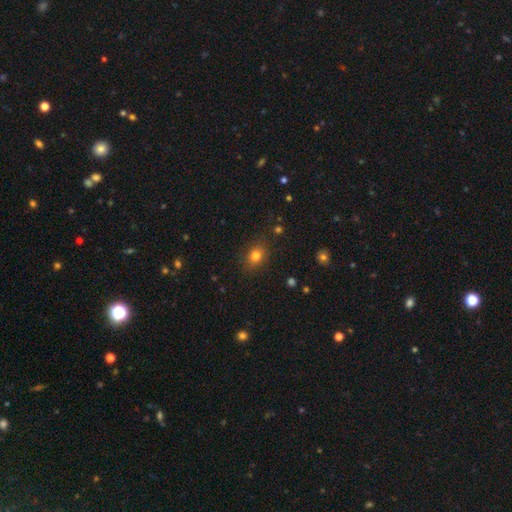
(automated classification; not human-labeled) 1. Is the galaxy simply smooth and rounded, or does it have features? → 80% smooth, 13% star or artifact, 7% featured or disk.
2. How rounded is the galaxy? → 50% round, 49% in between, 1% cigar-shaped.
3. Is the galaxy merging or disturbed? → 84% none, 11% minor disturbance, 3% major disturbance, 2% merger.